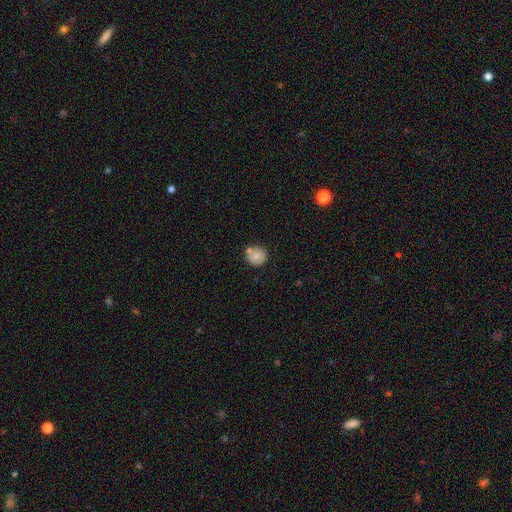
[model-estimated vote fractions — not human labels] Q: Smooth or featured?
A: smooth (79%); runner-up: featured or disk (13%)
Q: How rounded?
A: round (91%); runner-up: in between (8%)
Q: Merging?
A: none (68%); runner-up: merger (16%)